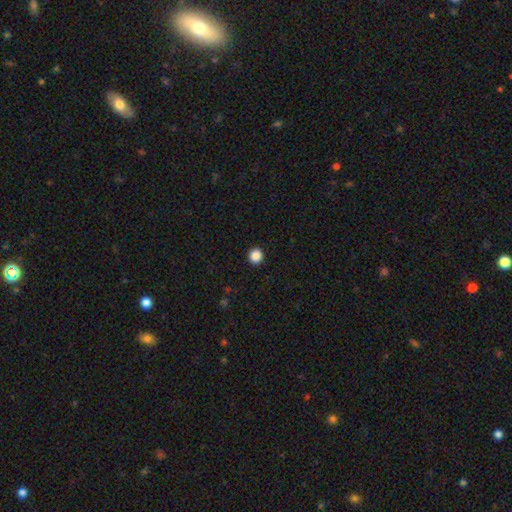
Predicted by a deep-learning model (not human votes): Smooth or featured?
  - smooth: 88% *
  - star or artifact: 10%
  - featured or disk: 2%
How rounded?
  - round: 92% *
  - in between: 7%
  - cigar-shaped: 1%
Merging?
  - none: 93% *
  - minor disturbance: 4%
  - major disturbance: 2%
  - merger: 1%